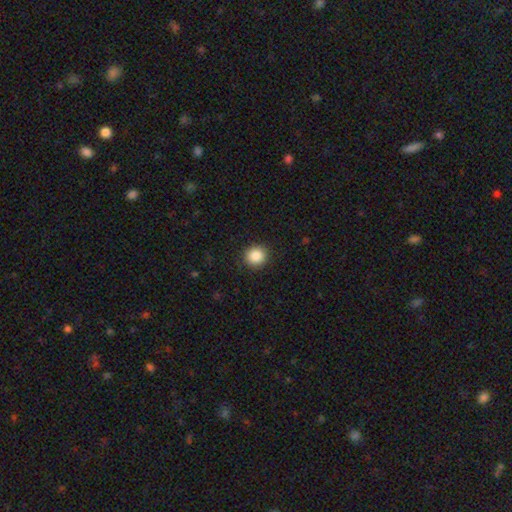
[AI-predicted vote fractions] Q: Smooth or featured?
A: smooth (87%); runner-up: star or artifact (9%)
Q: How rounded?
A: round (89%); runner-up: in between (10%)
Q: Merging?
A: none (90%); runner-up: minor disturbance (6%)